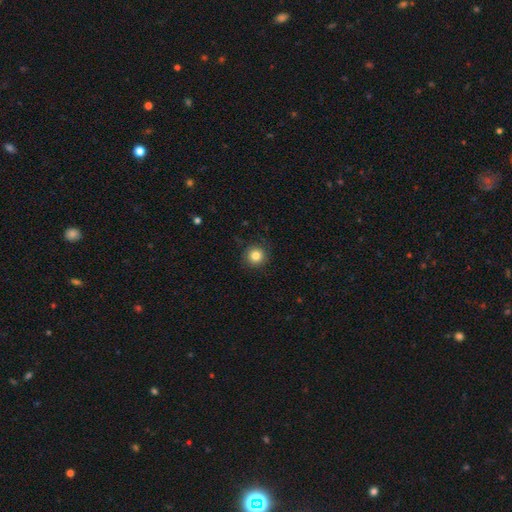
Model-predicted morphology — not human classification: A smooth galaxy with no disk features (83%) that is round (94%). Merging: none (88%).